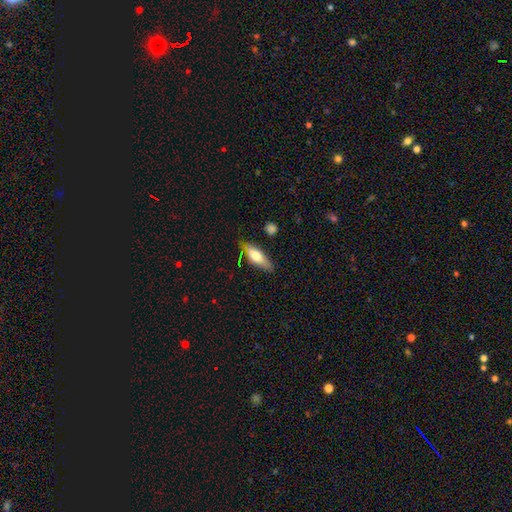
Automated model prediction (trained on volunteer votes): Smooth or featured? smooth (61%)
How rounded? in between (54%)
Merging? none (77%)